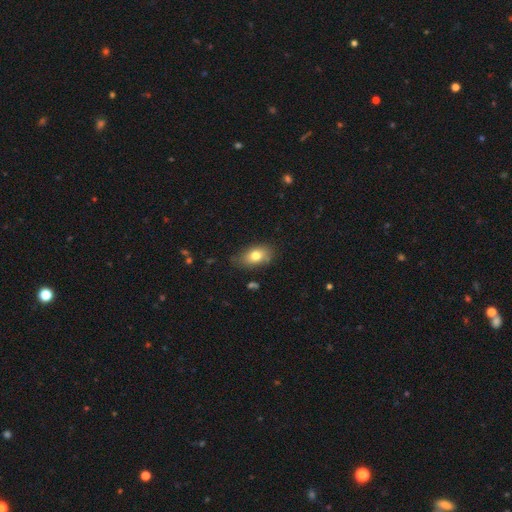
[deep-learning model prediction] A smooth galaxy with no disk features (78%) that is in between round and cigar-shaped (86%). Merging: none (73%).